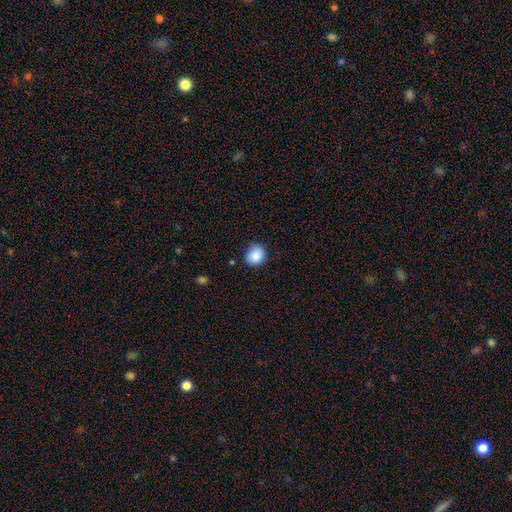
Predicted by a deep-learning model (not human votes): A smooth galaxy with no disk features (87%) that is round (74%). Merging: none (76%).